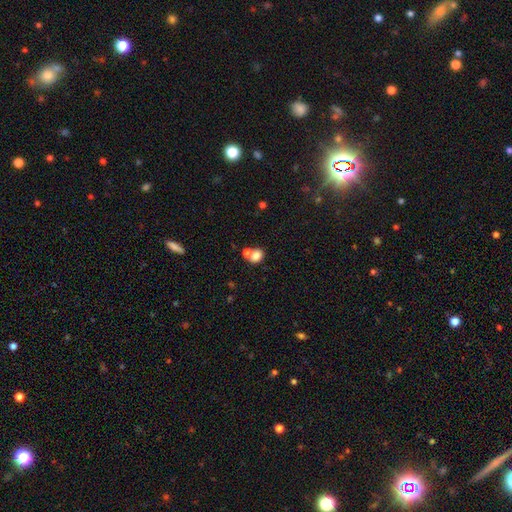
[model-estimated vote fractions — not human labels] smooth-or-featured: smooth: 79% | star or artifact: 11% | featured or disk: 10%
  how-rounded: in between: 57% | round: 42% | cigar-shaped: 1%
  merging: merger: 44% | none: 41% | minor disturbance: 10% | major disturbance: 5%